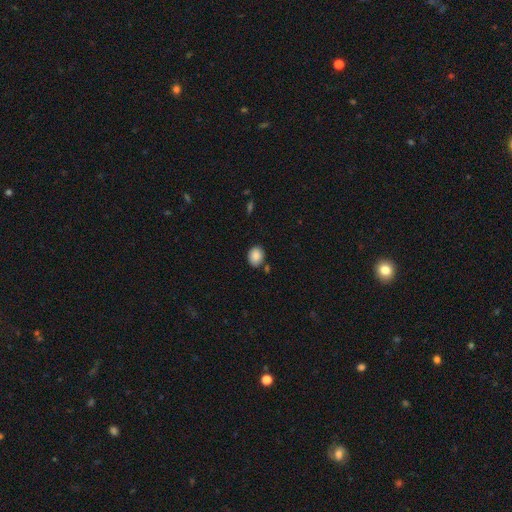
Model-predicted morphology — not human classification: A smooth galaxy with no disk features (87%) that is in between round and cigar-shaped (51%).

Vote fractions:
- Smooth or featured? smooth: 87% / star or artifact: 8% / featured or disk: 5%
- How rounded? in between: 51% / round: 48% / cigar-shaped: 1%
- Merging? none: 79% / minor disturbance: 12% / merger: 6% / major disturbance: 3%